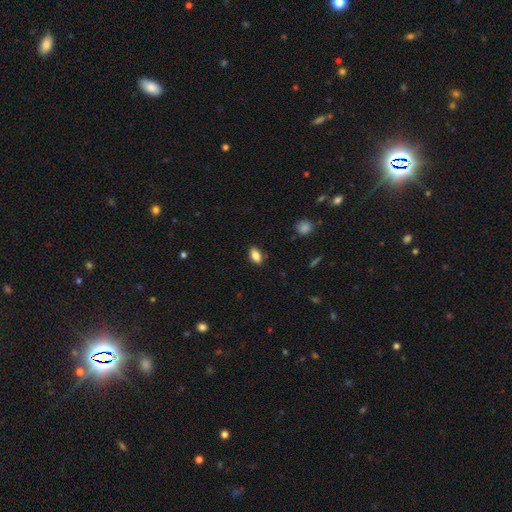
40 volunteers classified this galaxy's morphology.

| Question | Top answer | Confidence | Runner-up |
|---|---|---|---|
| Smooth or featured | smooth | 78% | featured or disk (15%) |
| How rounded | in between | 90% | round (6%) |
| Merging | none | 81% | minor disturbance (16%) |